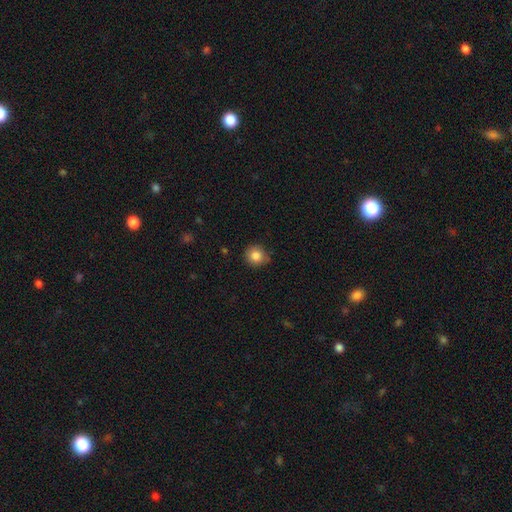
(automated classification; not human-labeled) smooth_or_featured: smooth (p=0.84) [alt: star or artifact p=0.10]
how_rounded: round (p=0.91) [alt: in between p=0.08]
merging: none (p=0.83) [alt: minor disturbance p=0.14]